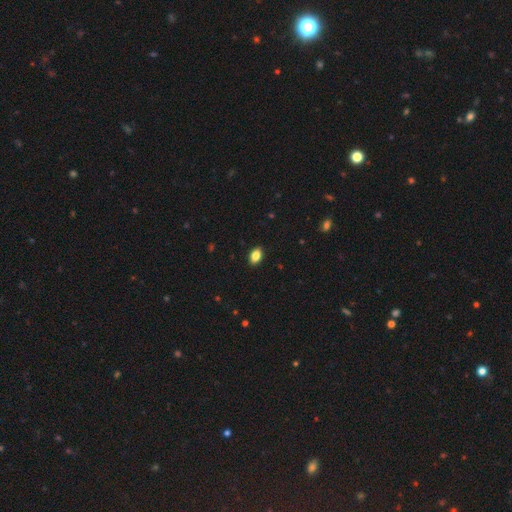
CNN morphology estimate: A smooth galaxy with no disk features (86%) that is in between round and cigar-shaped (87%).

Vote fractions:
- Smooth or featured? smooth: 86% / star or artifact: 9% / featured or disk: 5%
- How rounded? in between: 87% / round: 11% / cigar-shaped: 2%
- Merging? none: 90% / minor disturbance: 7% / major disturbance: 2% / merger: 1%